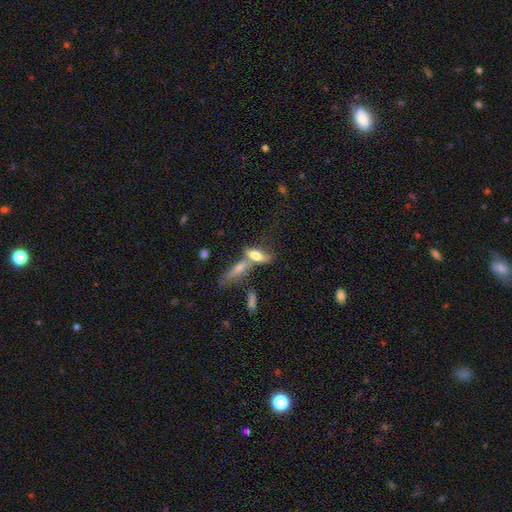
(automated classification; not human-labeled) This appears to be a smooth galaxy with no disk features (69%) that is in between round and cigar-shaped (65%). Merging: merger (50%).